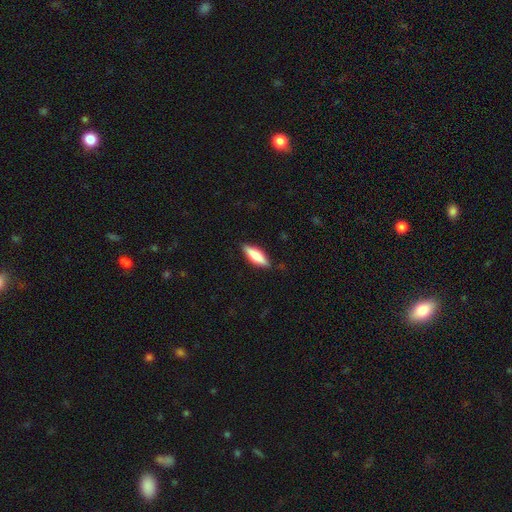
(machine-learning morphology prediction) A smooth galaxy with no disk features (66%) that is in between round and cigar-shaped (49%). Merging: none (86%).